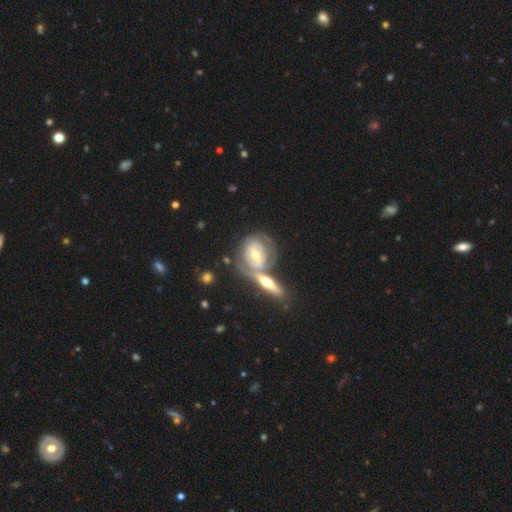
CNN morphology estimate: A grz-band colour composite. It shows a featured or disk galaxy (80%) with no bar (54%), can't tell (40%, tied with 2) tight (74%) spiral arms (82%) and a moderate central bulge (56%). Merging: none (48%).